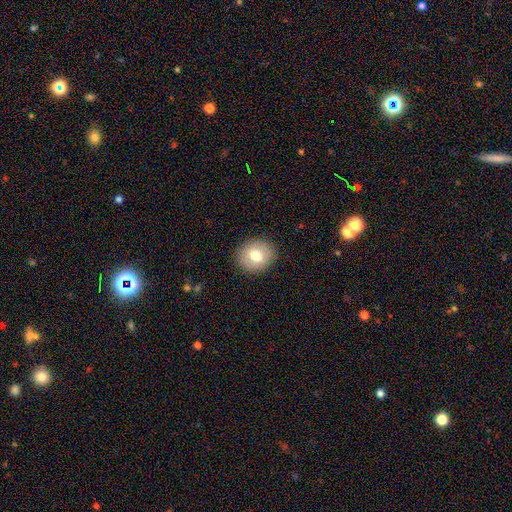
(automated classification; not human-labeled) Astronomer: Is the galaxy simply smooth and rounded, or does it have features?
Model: smooth — 72%.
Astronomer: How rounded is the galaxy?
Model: round — 72%.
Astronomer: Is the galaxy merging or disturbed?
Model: none — 89%.